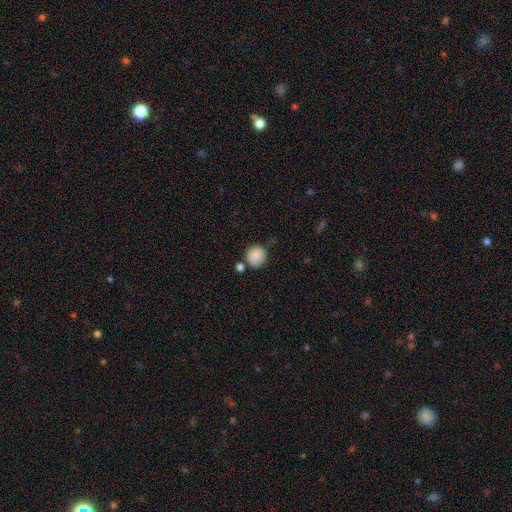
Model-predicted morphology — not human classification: This is clearly a smooth galaxy (87%). How rounded: clearly round (88%). Merging: likely none (70%).